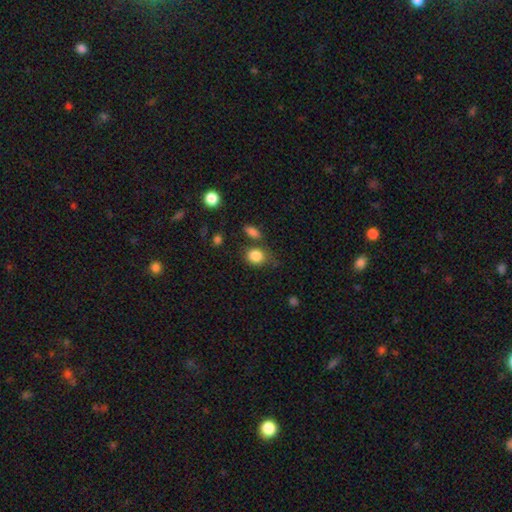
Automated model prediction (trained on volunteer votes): Smooth or featured?
  - smooth: 85% *
  - star or artifact: 9%
  - featured or disk: 6%
How rounded?
  - round: 59% *
  - in between: 40%
  - cigar-shaped: 1%
Merging?
  - none: 62% *
  - minor disturbance: 20%
  - merger: 11%
  - major disturbance: 7%